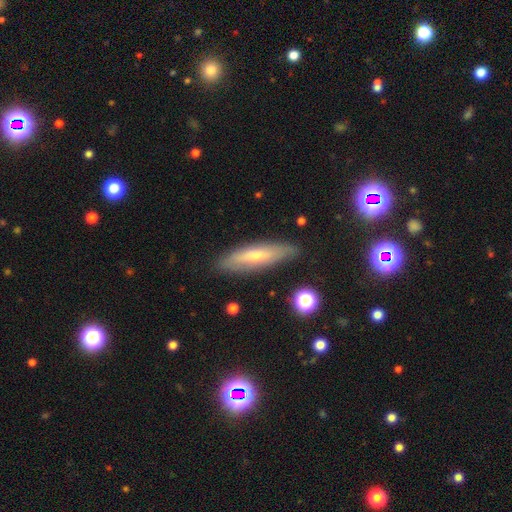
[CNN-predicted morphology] Overall: smooth (51%; featured or disk 41%). How rounded: cigar-shaped (71%). Merging: none (84%).